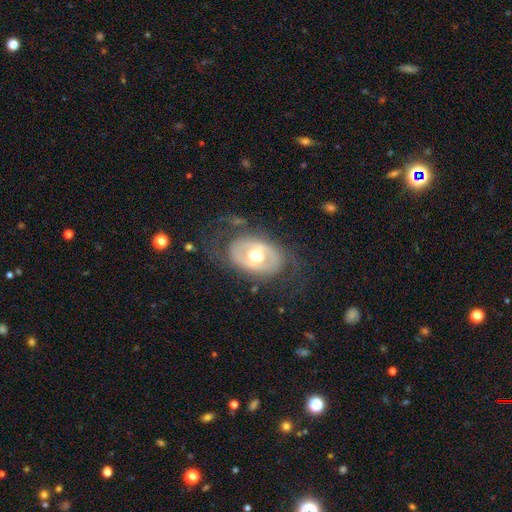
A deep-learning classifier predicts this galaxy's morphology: Smooth or featured? Predicted: featured or disk (p=0.67). Edge-on disk? Predicted: no (p=0.93). Bar? Predicted: no (p=0.61). Spiral arms? Predicted: no (p=0.67). Bulge size? Predicted: moderate (p=0.70). Merging? Predicted: none (p=0.67).